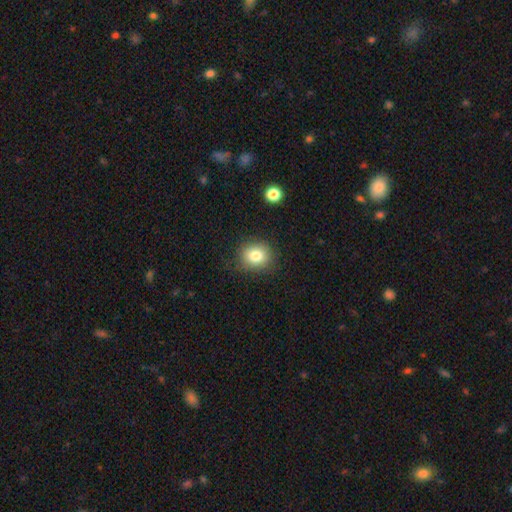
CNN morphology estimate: This is clearly a smooth galaxy (81%). How rounded: likely round (72%). Merging: clearly none (84%).